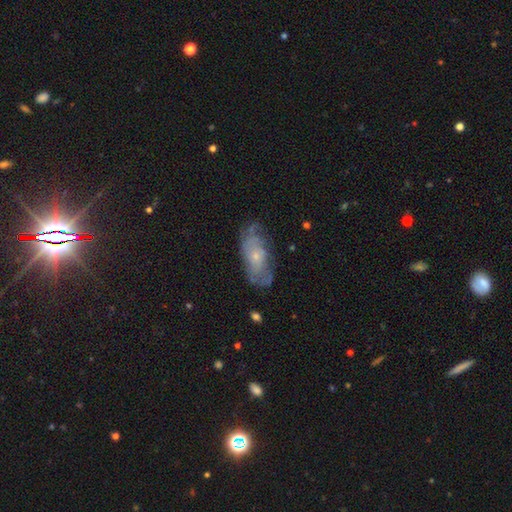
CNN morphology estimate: The model was most divided on "smooth or featured": featured or disk: 62%, smooth: 30%, star or artifact: 8%. More confident: edge-on disk — no (91%); bar — no (81%); bulge size — small (74%); spiral arms — yes (72%); merging — none (60%).